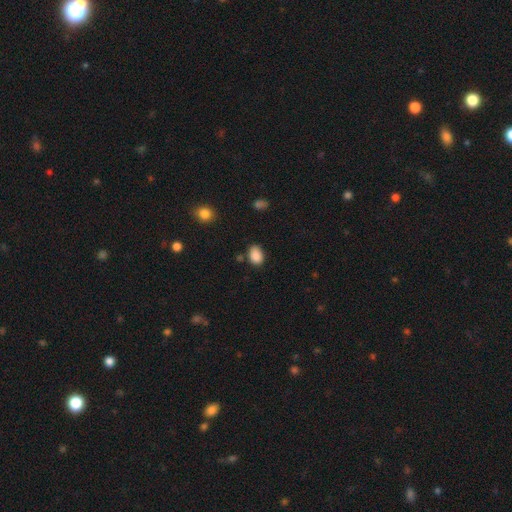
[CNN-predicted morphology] The model was most divided on "merging": none: 75%, minor disturbance: 17%, merger: 4%, major disturbance: 4%. More confident: smooth or featured — smooth (87%); how rounded — in between (80%).